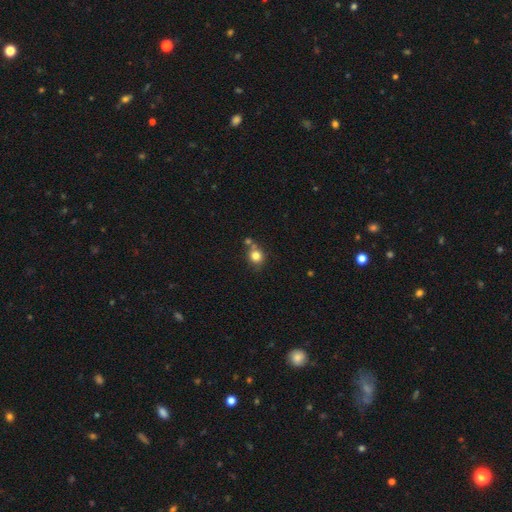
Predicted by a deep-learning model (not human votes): Smooth or featured? Predicted: smooth (p=0.80). How rounded? Predicted: round (p=0.76). Merging? Predicted: none (p=0.58).